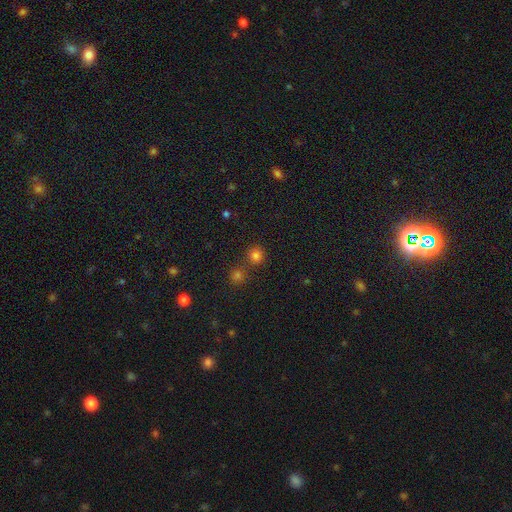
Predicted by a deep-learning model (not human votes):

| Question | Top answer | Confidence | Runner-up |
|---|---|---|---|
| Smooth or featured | smooth | 77% | star or artifact (18%) |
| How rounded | round | 90% | in between (9%) |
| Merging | none | 71% | merger (20%) |